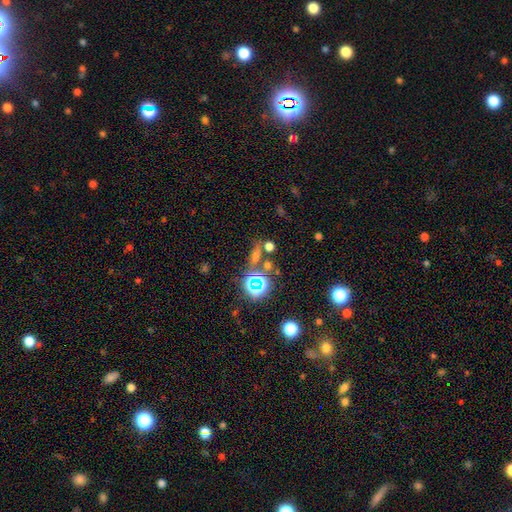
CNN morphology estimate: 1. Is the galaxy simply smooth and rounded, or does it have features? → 43% smooth, 42% star or artifact, 15% featured or disk.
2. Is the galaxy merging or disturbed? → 65% none, 18% merger, 11% minor disturbance, 6% major disturbance.